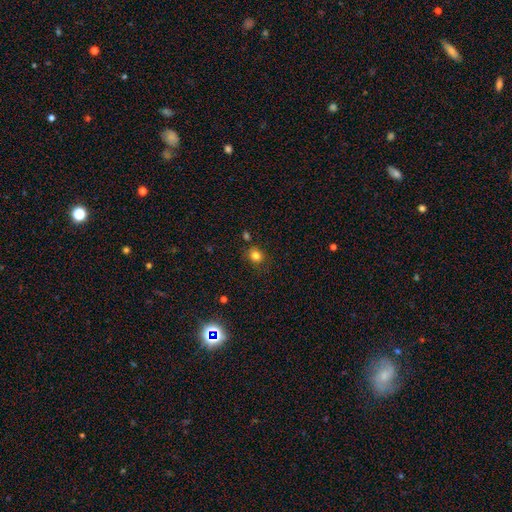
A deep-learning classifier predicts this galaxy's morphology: A smooth galaxy with no disk features (80%) that is round (72%). Merging: none (79%).